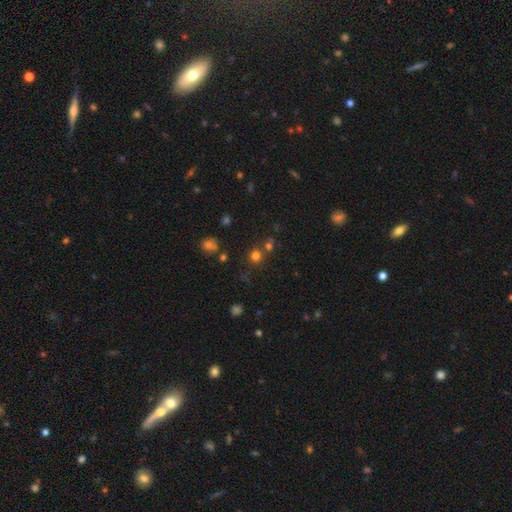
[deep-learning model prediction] A smooth galaxy with no disk features (71%) that is round (91%).

Vote fractions:
- Smooth or featured? smooth: 71% / star or artifact: 22% / featured or disk: 7%
- How rounded? round: 91% / in between: 8% / cigar-shaped: 1%
- Merging? none: 74% / merger: 15% / minor disturbance: 8% / major disturbance: 3%